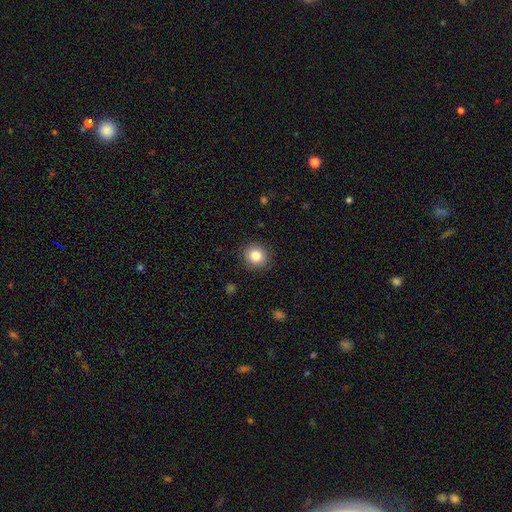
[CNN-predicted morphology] This is clearly a smooth galaxy (83%). How rounded: clearly round (86%). Merging: clearly none (90%).